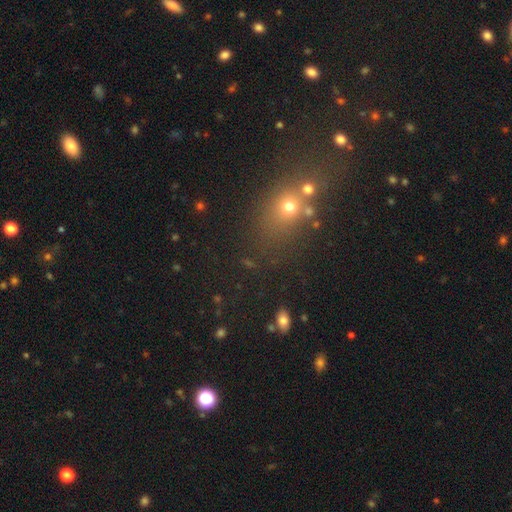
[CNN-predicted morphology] This appears to be a star or artifact, not a galaxy (46%).